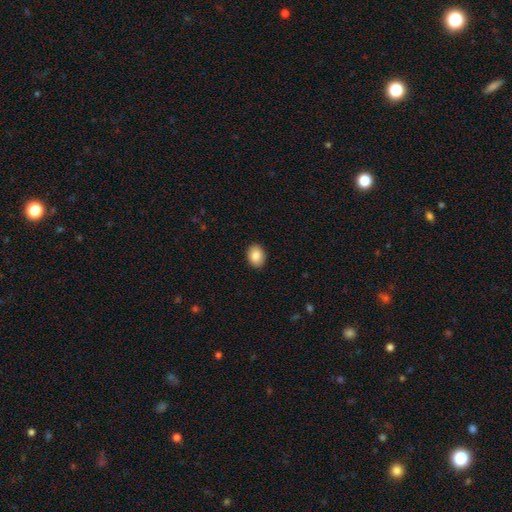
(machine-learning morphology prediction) Smooth or featured? Predicted: smooth (p=0.87). How rounded? Predicted: in between (p=0.64). Merging? Predicted: none (p=0.90).